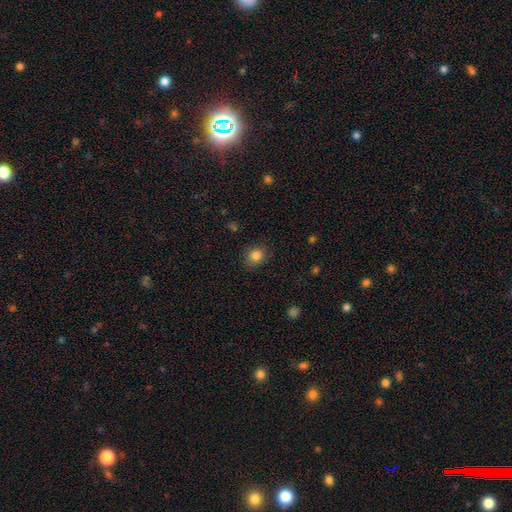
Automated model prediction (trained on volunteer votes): Overall: smooth (84%). How rounded: round (66%; in between 33%). Merging: none (83%).